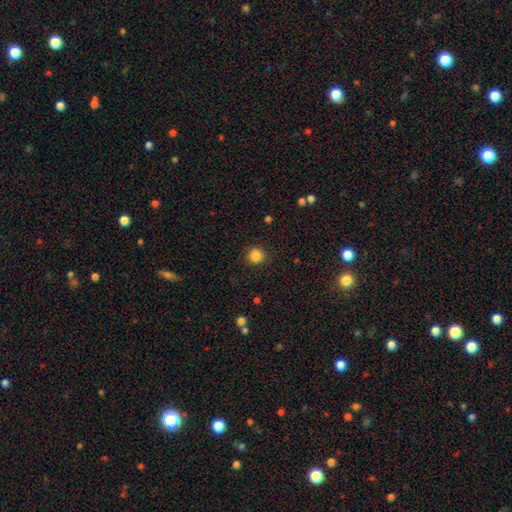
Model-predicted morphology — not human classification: Smooth or featured? smooth (85%)
How rounded? round (93%)
Merging? none (91%)